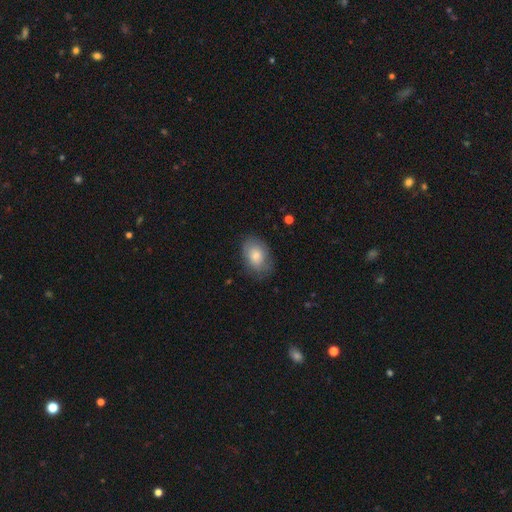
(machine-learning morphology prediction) Overall: smooth (74%). How rounded: in between (81%). Merging: none (73%).